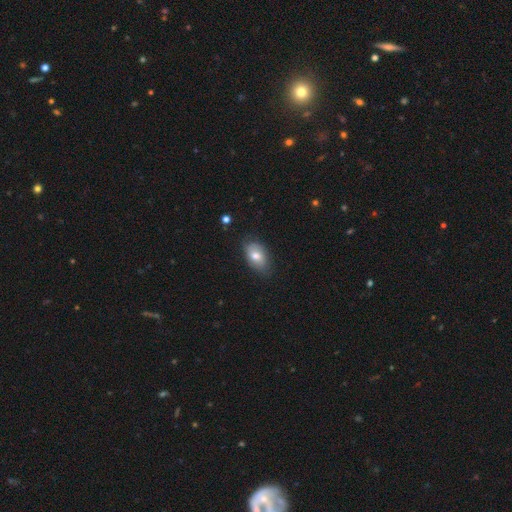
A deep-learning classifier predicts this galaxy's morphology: This is likely a smooth galaxy (72%). How rounded: clearly in between (89%). Merging: likely none (76%).